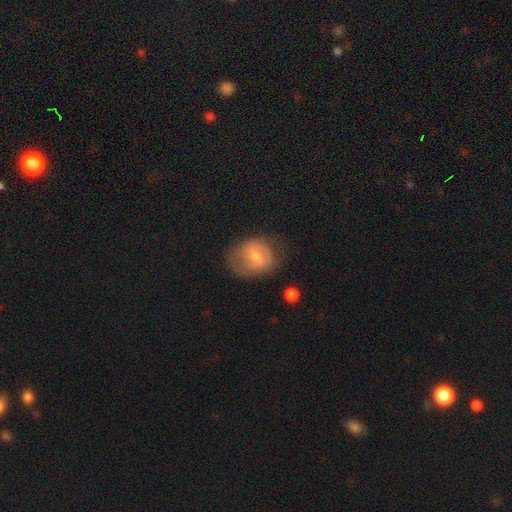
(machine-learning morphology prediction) Smooth or featured? featured or disk (61%)
Edge-on disk? no (96%)
Bar? weak (49%)
Spiral arms? yes (72%)
Bulge size? moderate (50%)
Merging? none (62%)